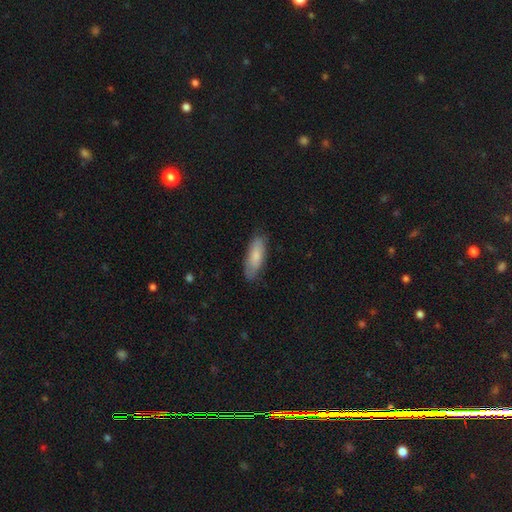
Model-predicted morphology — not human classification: smooth_or_featured: smooth (p=0.79) [alt: featured or disk p=0.15]
how_rounded: in between (p=0.62) [alt: cigar-shaped p=0.36]
merging: none (p=0.80) [alt: minor disturbance p=0.16]